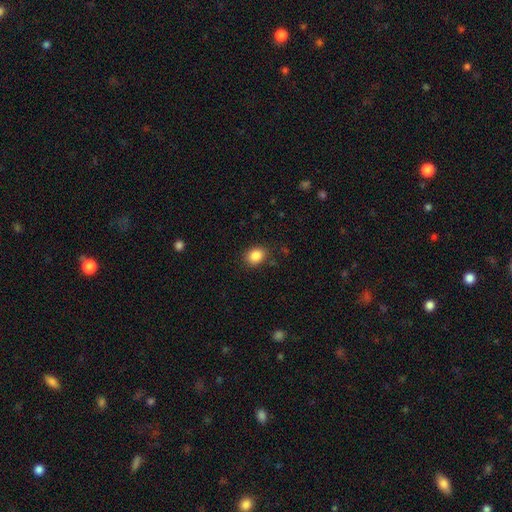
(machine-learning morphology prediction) Smooth or featured? smooth (86%)
How rounded? in between (51%)
Merging? none (85%)